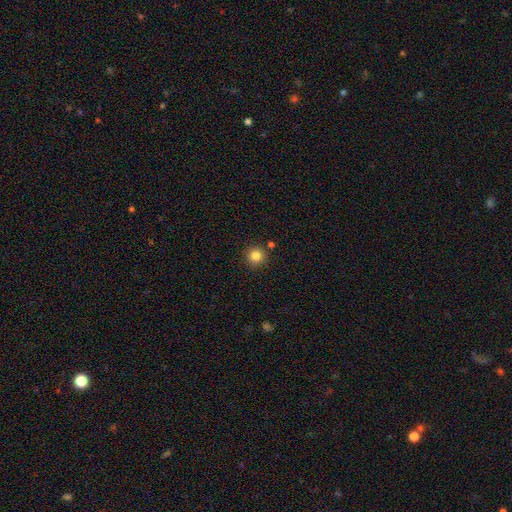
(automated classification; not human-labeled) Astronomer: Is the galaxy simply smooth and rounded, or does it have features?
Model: smooth — 83%.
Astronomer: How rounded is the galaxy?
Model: round — 95%.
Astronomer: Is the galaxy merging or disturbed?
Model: none — 87%.